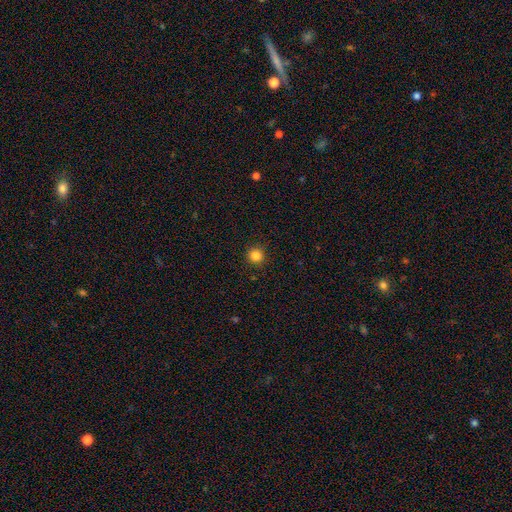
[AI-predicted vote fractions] This is clearly a smooth galaxy (84%). How rounded: clearly round (95%). Merging: clearly none (91%).